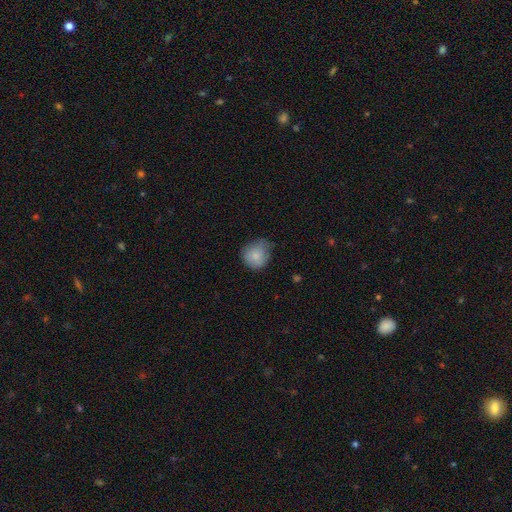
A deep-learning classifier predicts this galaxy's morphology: smooth_or_featured: smooth (p=0.82) [alt: featured or disk p=0.10]
how_rounded: round (p=0.82) [alt: in between p=0.17]
merging: none (p=0.57) [alt: minor disturbance p=0.34]